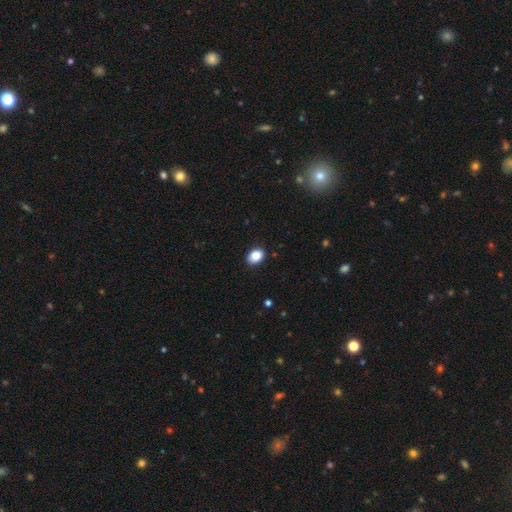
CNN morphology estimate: Overall: smooth (88%). How rounded: in between (74%). Merging: none (88%).